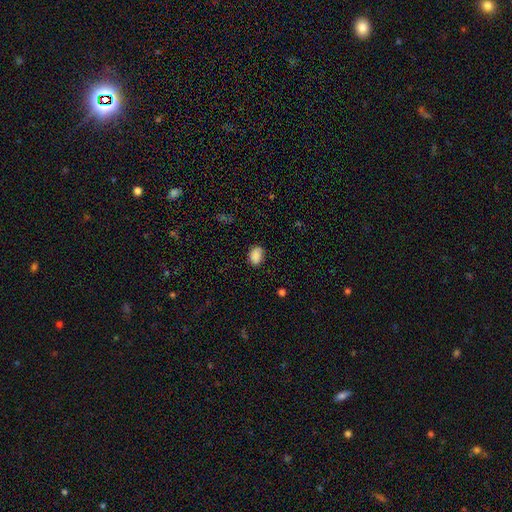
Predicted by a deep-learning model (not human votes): Smooth or featured: smooth — 88% (star or artifact — 8%)
How rounded: in between — 77% (round — 22%)
Merging: none — 81% (minor disturbance — 15%)